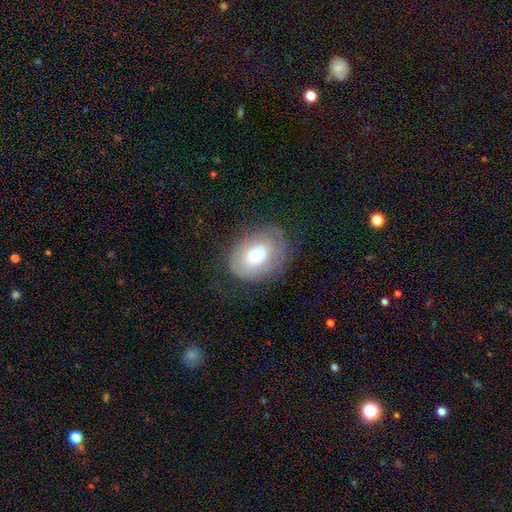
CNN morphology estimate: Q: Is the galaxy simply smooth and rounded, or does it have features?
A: smooth — 50%.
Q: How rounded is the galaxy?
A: in between — 59%.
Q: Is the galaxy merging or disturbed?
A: none — 61%.